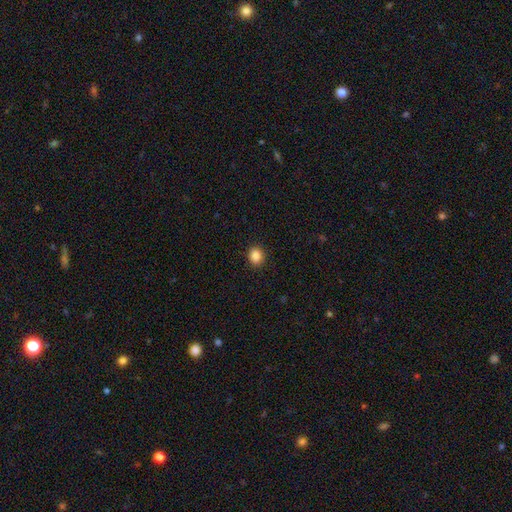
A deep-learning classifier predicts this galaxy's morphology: This appears to be a smooth galaxy with no disk features (86%) that is round (70%). Merging: none (91%).